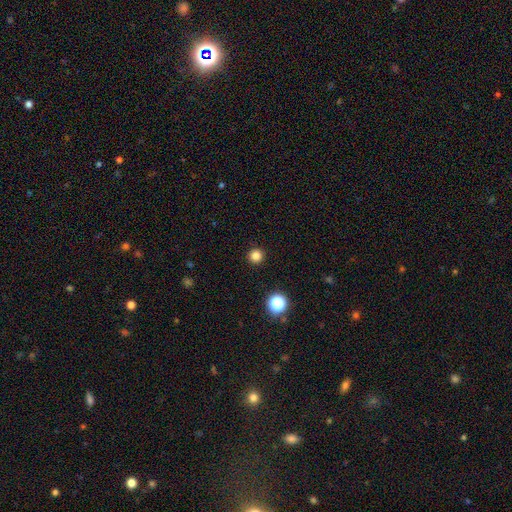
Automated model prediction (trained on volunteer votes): Smooth or featured? smooth (83%)
How rounded? round (96%)
Merging? none (93%)